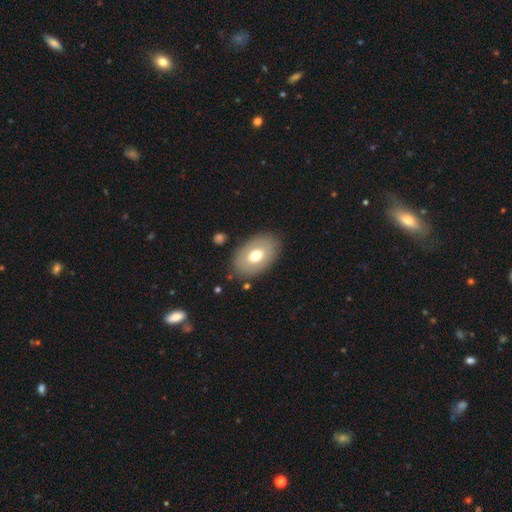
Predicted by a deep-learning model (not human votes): This appears to be a smooth galaxy with no disk features (63%) that is in between round and cigar-shaped (89%). Merging: none (84%).